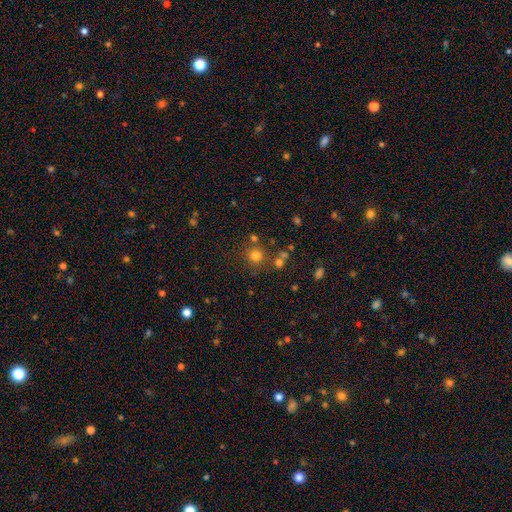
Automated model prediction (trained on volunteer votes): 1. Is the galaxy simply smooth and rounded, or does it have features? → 74% smooth, 19% star or artifact, 8% featured or disk.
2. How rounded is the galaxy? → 92% round, 7% in between, 1% cigar-shaped.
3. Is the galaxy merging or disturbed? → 75% none, 12% merger, 9% minor disturbance, 4% major disturbance.